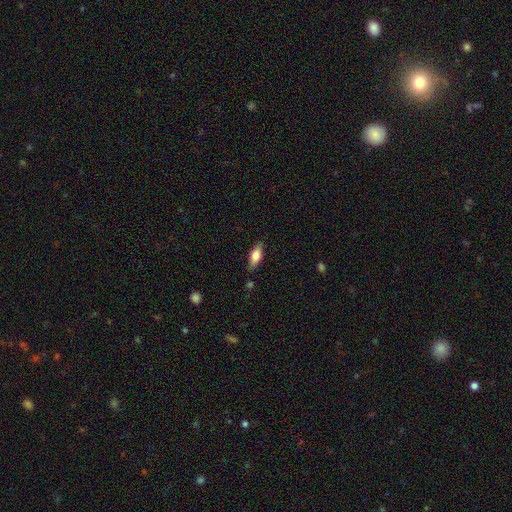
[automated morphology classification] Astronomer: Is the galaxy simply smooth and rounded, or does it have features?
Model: smooth — 64%.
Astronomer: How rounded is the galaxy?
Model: in between — 74%.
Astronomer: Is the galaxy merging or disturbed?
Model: none — 80%.